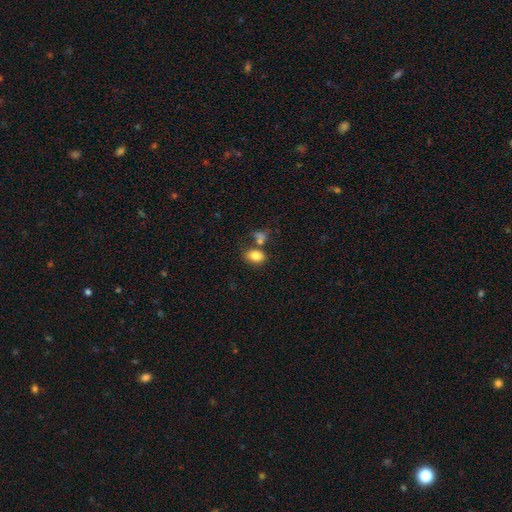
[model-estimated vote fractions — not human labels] The model was most divided on "merging": none: 56%, merger: 23%, minor disturbance: 15%, major disturbance: 6%. More confident: smooth or featured — smooth (82%); how rounded — in between (78%).